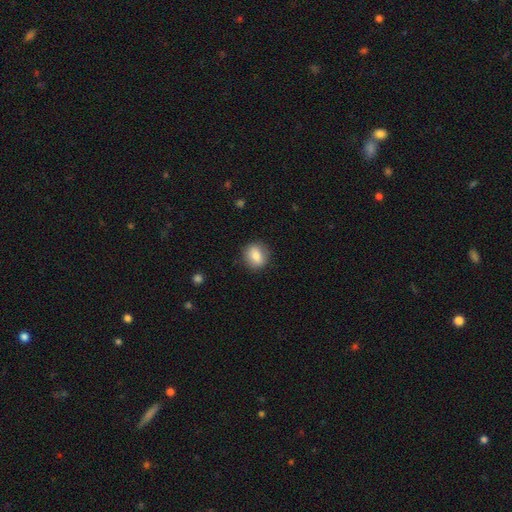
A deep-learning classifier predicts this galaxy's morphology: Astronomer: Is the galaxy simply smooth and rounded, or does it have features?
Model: smooth — 79%.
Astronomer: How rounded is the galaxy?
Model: round — 72%.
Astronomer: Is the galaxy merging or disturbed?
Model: none — 87%.